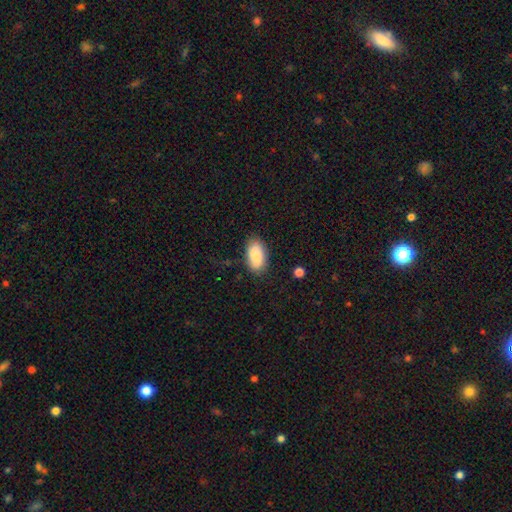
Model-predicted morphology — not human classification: This is likely a smooth galaxy (76%). How rounded: clearly in between (93%). Merging: likely none (78%).